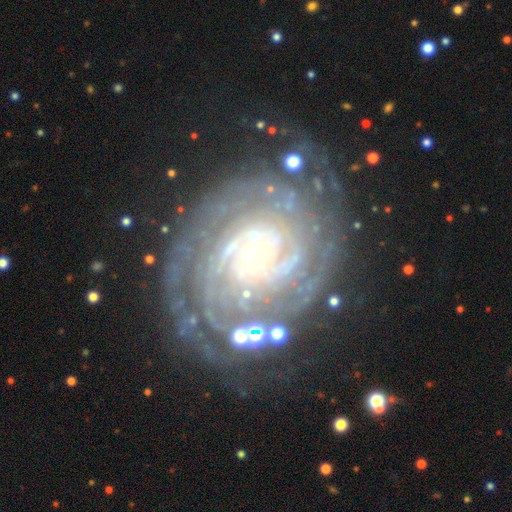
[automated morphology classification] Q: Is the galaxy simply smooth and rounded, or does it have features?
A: featured or disk — 89%.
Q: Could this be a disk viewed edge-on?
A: no — 97%.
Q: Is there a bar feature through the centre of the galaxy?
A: no — 75%.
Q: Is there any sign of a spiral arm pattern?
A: yes — 98%.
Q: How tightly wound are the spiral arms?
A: tight — 78%.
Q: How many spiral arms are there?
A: can't tell — 23%.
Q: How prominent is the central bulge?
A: small — 79%.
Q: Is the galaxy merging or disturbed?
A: none — 69%.